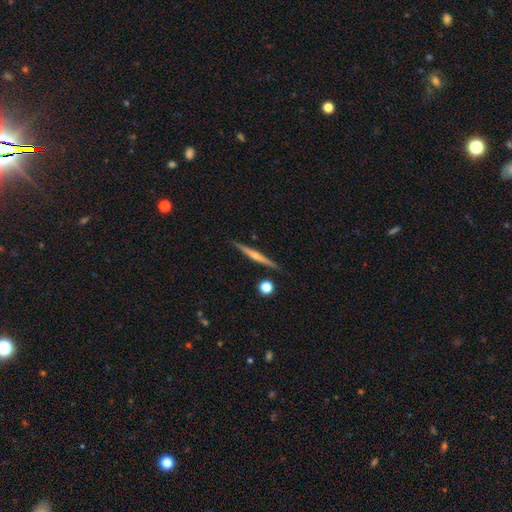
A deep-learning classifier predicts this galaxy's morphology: The model was most divided on "edge-on bulge": rounded: 52%, none: 40%, boxy: 8%. More confident: edge-on disk — yes (97%); merging — none (88%); smooth or featured — featured or disk (57%).